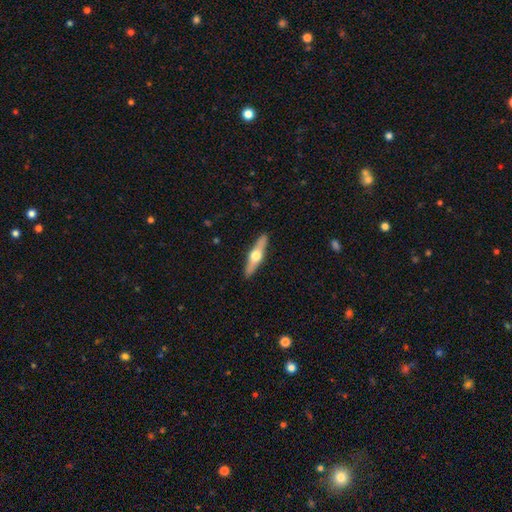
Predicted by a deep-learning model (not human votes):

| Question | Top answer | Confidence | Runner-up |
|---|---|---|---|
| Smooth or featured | featured or disk | 61% | smooth (33%) |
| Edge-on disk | yes | 94% | no (6%) |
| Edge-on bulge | rounded | 96% | boxy (2%) |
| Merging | none | 91% | minor disturbance (7%) |